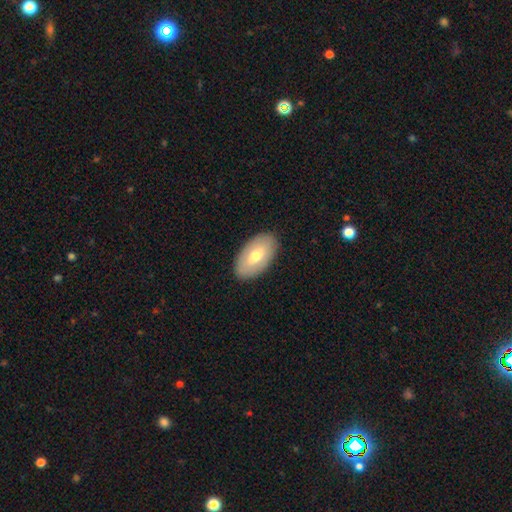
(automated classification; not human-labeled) A smooth galaxy with no disk features (65%) that is in between round and cigar-shaped (95%).

Vote fractions:
- Smooth or featured? smooth: 65% / featured or disk: 30% / star or artifact: 6%
- How rounded? in between: 95% / round: 3% / cigar-shaped: 2%
- Merging? none: 88% / minor disturbance: 9% / major disturbance: 2% / merger: 1%